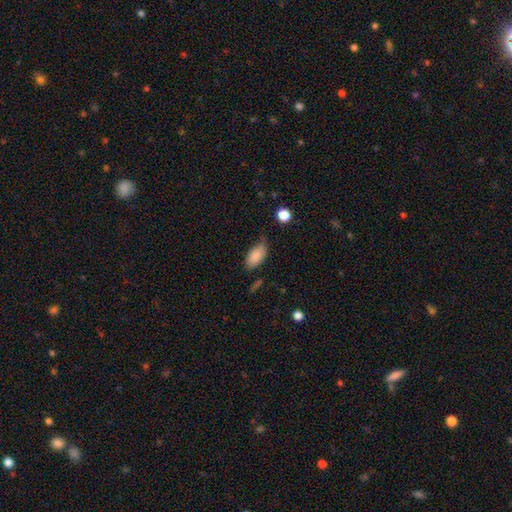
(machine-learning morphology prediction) A smooth galaxy with no disk features (86%) that is in between round and cigar-shaped (93%).

Vote fractions:
- Smooth or featured? smooth: 86% / star or artifact: 8% / featured or disk: 7%
- How rounded? in between: 93% / cigar-shaped: 4% / round: 4%
- Merging? none: 54% / minor disturbance: 34% / major disturbance: 8% / merger: 4%